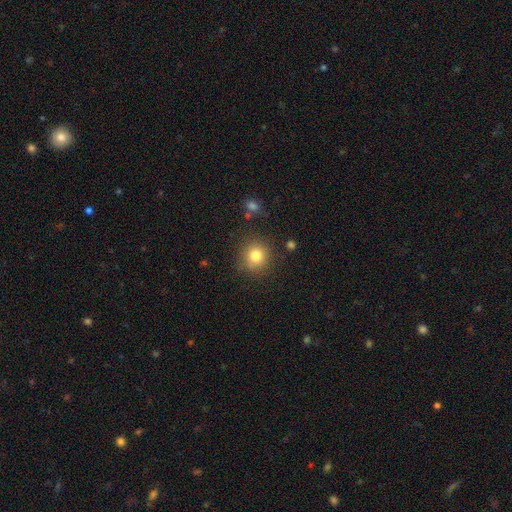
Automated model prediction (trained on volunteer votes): Smooth or featured: smooth — 80% (star or artifact — 12%)
How rounded: round — 92% (in between — 8%)
Merging: none — 83% (minor disturbance — 11%)